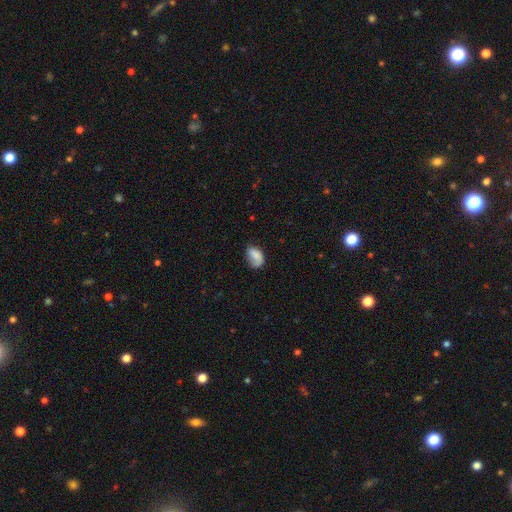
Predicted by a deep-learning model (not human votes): A smooth galaxy with no disk features (73%) that is in between round and cigar-shaped (86%).

Vote fractions:
- Smooth or featured? smooth: 73% / featured or disk: 19% / star or artifact: 8%
- How rounded? in between: 86% / round: 13% / cigar-shaped: 2%
- Merging? none: 52% / minor disturbance: 28% / major disturbance: 17% / merger: 3%